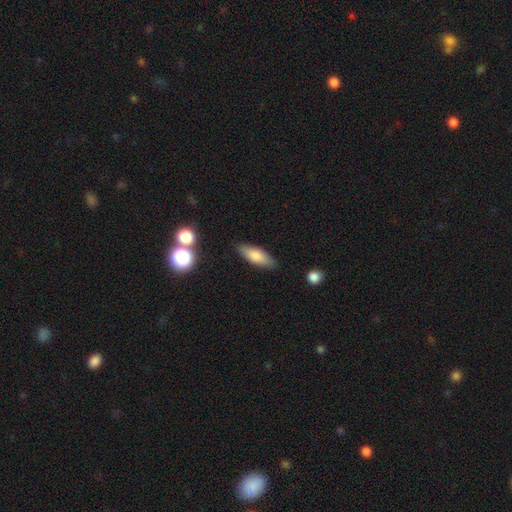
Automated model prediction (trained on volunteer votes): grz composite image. It shows a smooth galaxy with no disk features (77%) that is in between round and cigar-shaped (66%). Merging: none (84%).